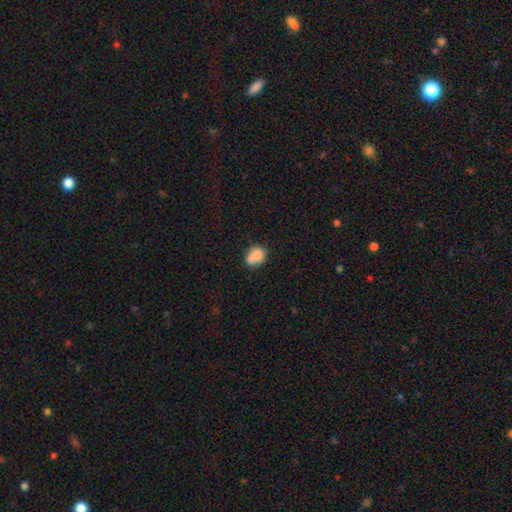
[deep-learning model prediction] smooth 79%, featured or disk 12%, star or artifact 9%. Down the decision tree: how rounded — in between (58%); merging — none (49%).